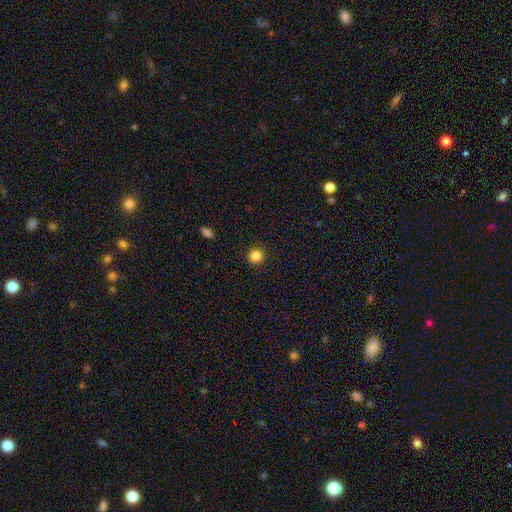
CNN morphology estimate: Smooth or featured?
  - smooth: 85% *
  - star or artifact: 11%
  - featured or disk: 4%
How rounded?
  - round: 94% *
  - in between: 5%
  - cigar-shaped: 1%
Merging?
  - none: 92% *
  - minor disturbance: 5%
  - major disturbance: 2%
  - merger: 1%